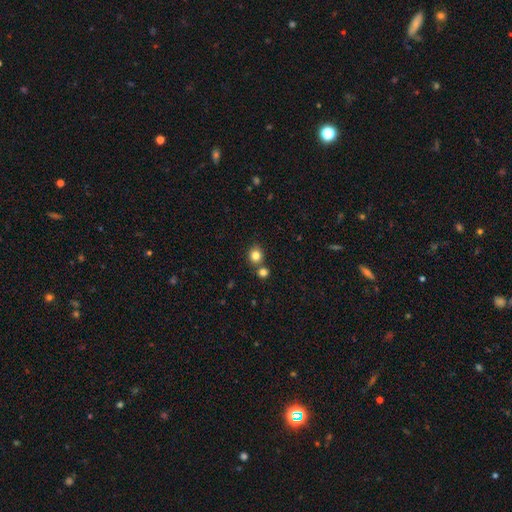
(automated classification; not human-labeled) Overall: smooth (83%). How rounded: round (79%). Merging: none (69%).